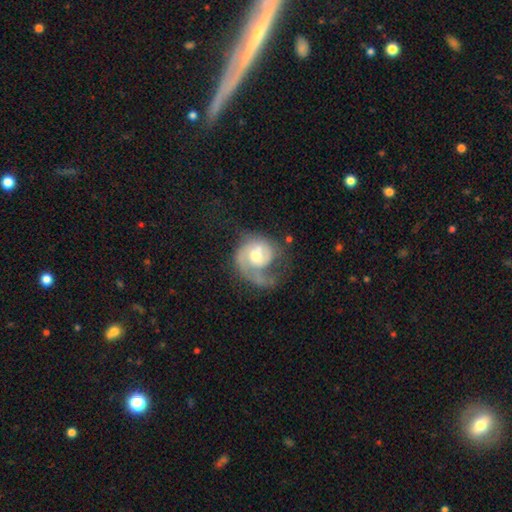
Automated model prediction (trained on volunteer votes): smooth-or-featured: featured or disk: 75% | smooth: 19% | star or artifact: 6%
  disk-edge-on: no: 98% | yes: 2%
    bar: no: 59% | weak: 35% | strong: 6%
    has-spiral-arms: yes: 89% | no: 11%
      spiral-winding: medium: 38% | tight: 37% | loose: 24%
      spiral-arm-count: 1: 52% | 2: 33% | can't tell: 10% | 3: 3% | 4: 1% | more than 4: 1%
    bulge-size: moderate: 67% | small: 21% | large: 9% | none: 2% | dominant: 1%
  merging: major disturbance: 38% | none: 36% | minor disturbance: 22% | merger: 4%